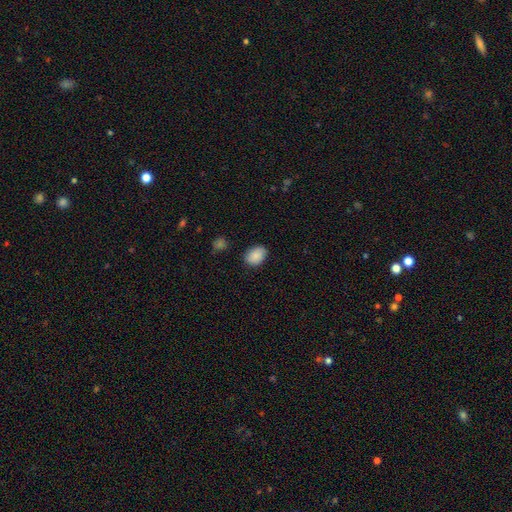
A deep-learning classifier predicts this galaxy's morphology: Q: Smooth or featured?
A: smooth (87%); runner-up: star or artifact (7%)
Q: How rounded?
A: in between (73%); runner-up: round (26%)
Q: Merging?
A: none (81%); runner-up: minor disturbance (15%)